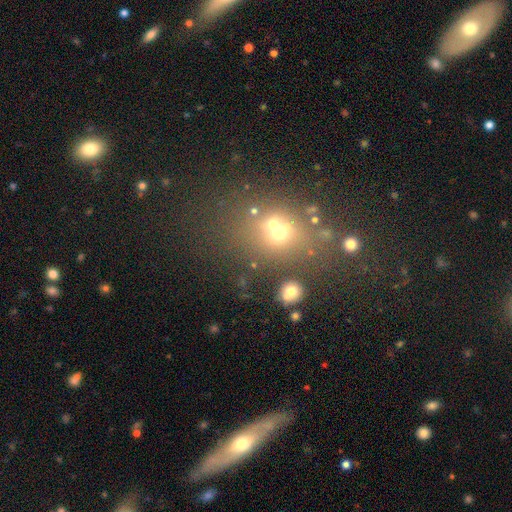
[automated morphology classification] A smooth galaxy with no disk features (49%).

Vote fractions:
- Smooth or featured? smooth: 49% / star or artifact: 30% / featured or disk: 22%
- Merging? none: 68% / minor disturbance: 14% / merger: 10% / major disturbance: 8%